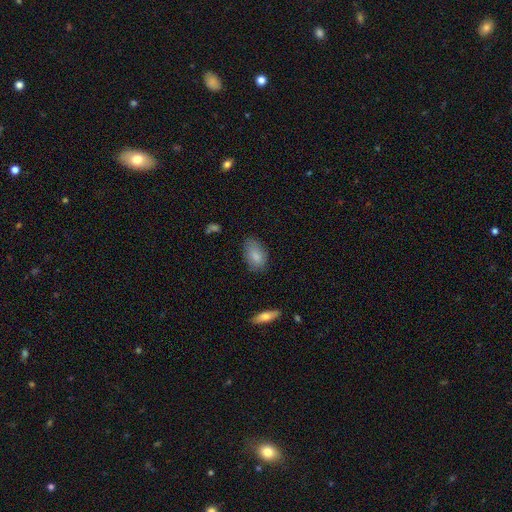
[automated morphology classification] Overall: smooth (84%). How rounded: in between (92%). Merging: none (74%).